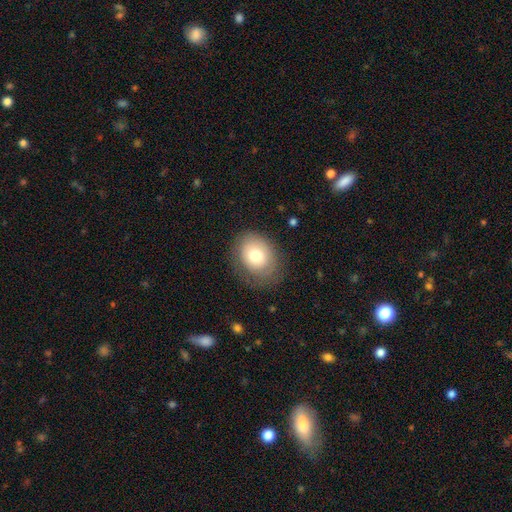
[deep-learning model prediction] smooth_or_featured: smooth (p=0.73) [alt: featured or disk p=0.19]
how_rounded: in between (p=0.56) [alt: round p=0.43]
merging: none (p=0.73) [alt: minor disturbance p=0.18]